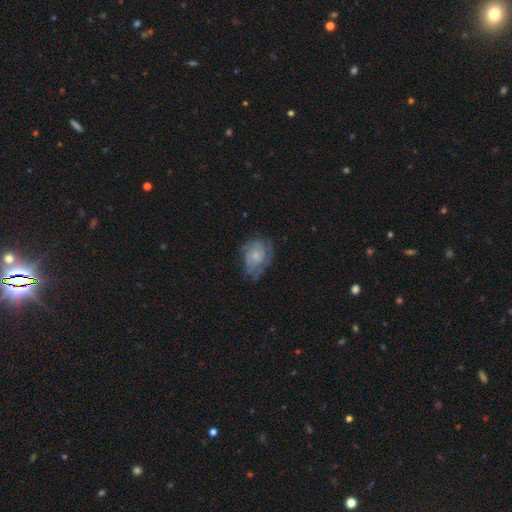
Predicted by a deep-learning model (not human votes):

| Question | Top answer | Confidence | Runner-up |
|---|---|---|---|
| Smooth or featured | featured or disk | 70% | smooth (23%) |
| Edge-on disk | no | 98% | yes (2%) |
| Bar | no | 78% | weak (19%) |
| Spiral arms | yes | 85% | no (15%) |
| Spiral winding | tight | 53% | medium (35%) |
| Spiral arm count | can't tell | 36% | 2 (30%) |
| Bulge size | small | 63% | moderate (26%) |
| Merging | none | 55% | minor disturbance (26%) |